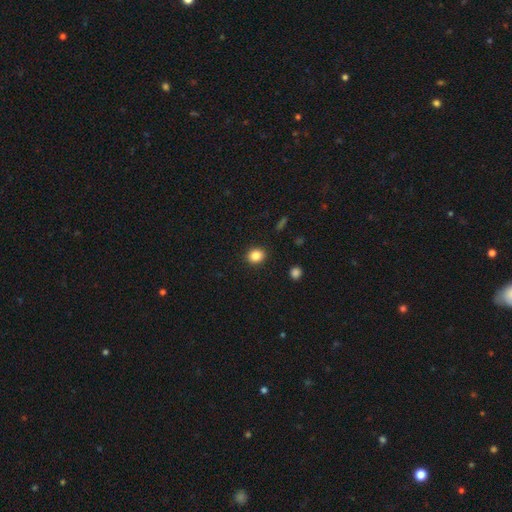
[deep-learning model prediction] smooth-or-featured: smooth: 86% | star or artifact: 10% | featured or disk: 5%
  how-rounded: round: 64% | in between: 36% | cigar-shaped: 1%
  merging: none: 90% | minor disturbance: 6% | major disturbance: 2% | merger: 1%